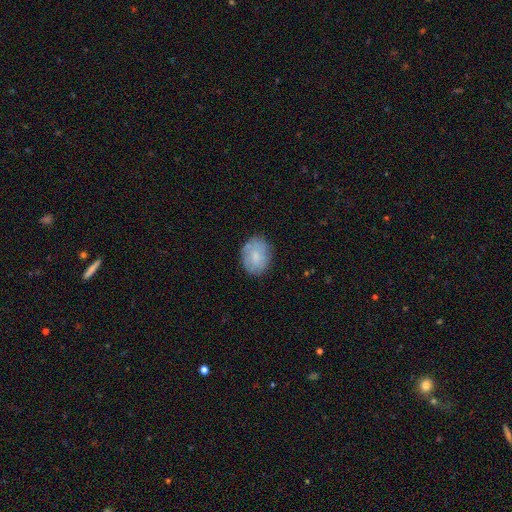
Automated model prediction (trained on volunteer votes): smooth 68%, featured or disk 24%, star or artifact 7%. Down the decision tree: how rounded — in between (56%); merging — none (78%).